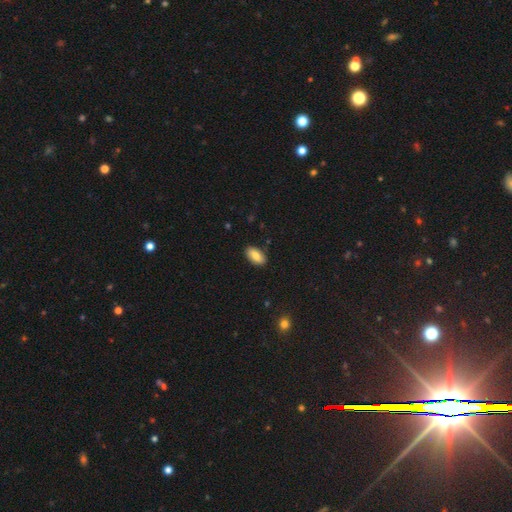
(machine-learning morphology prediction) type=smooth (82%); roundness=in between (93%); merging=none (87%).